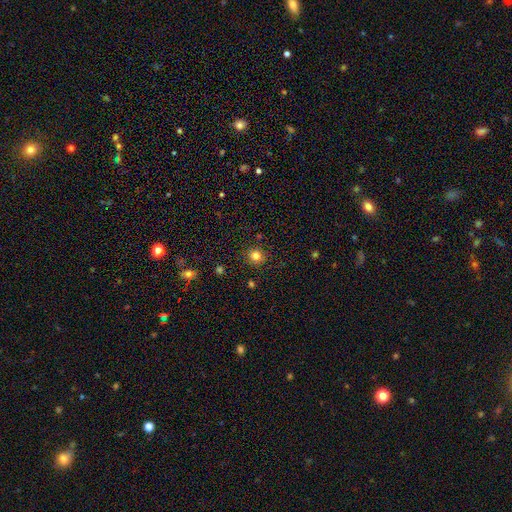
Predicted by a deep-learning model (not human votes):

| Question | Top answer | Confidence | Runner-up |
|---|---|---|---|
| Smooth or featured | smooth | 81% | star or artifact (14%) |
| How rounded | round | 90% | in between (9%) |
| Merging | none | 89% | minor disturbance (7%) |